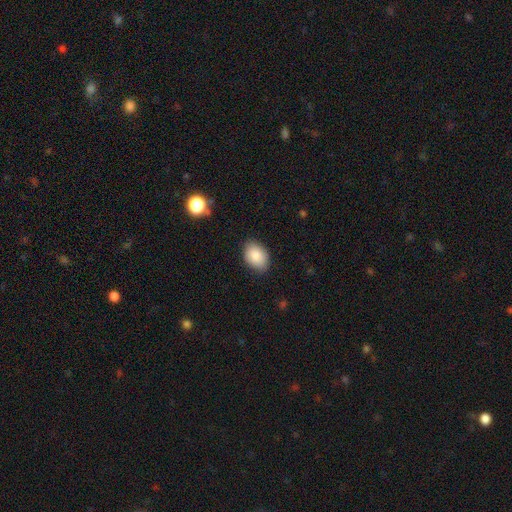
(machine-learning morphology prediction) smooth_or_featured: smooth (p=0.87) [alt: star or artifact p=0.07]
how_rounded: in between (p=0.81) [alt: round p=0.18]
merging: none (p=0.82) [alt: minor disturbance p=0.14]